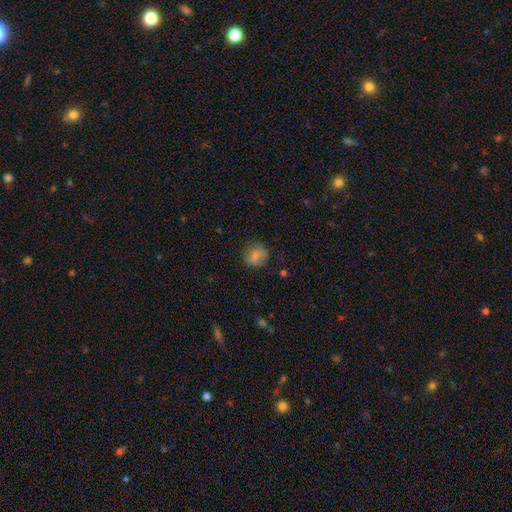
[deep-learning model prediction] smooth-or-featured: smooth: 77% | featured or disk: 12% | star or artifact: 10%
  how-rounded: round: 68% | in between: 31% | cigar-shaped: 1%
  merging: none: 73% | minor disturbance: 19% | major disturbance: 7% | merger: 2%